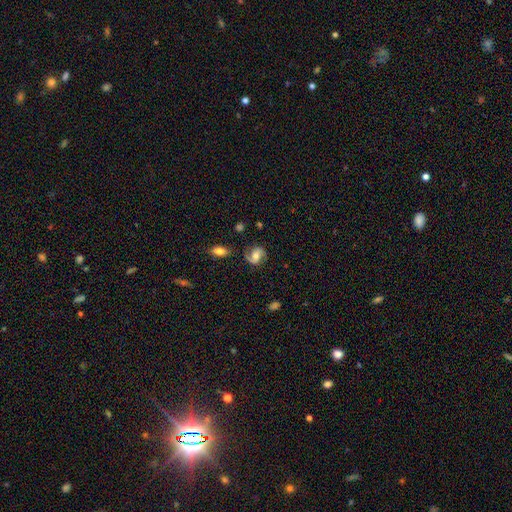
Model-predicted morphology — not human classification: featured or disk 72%, smooth 20%, star or artifact 8%. Down the decision tree: edge-on disk — no (97%); bar — no (47%); spiral arms — yes (93%); spiral arm count — 2 (91%); spiral winding — medium (47%); bulge size — moderate (66%); merging — none (79%).